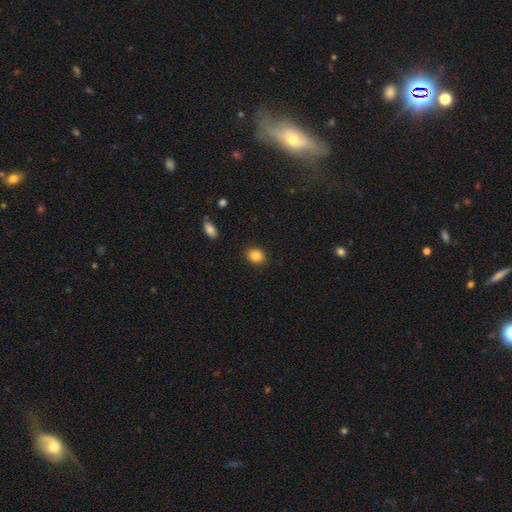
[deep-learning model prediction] smooth-or-featured: smooth: 86% | star or artifact: 9% | featured or disk: 5%
  how-rounded: in between: 53% | round: 46% | cigar-shaped: 1%
  merging: none: 89% | minor disturbance: 8% | major disturbance: 2% | merger: 1%